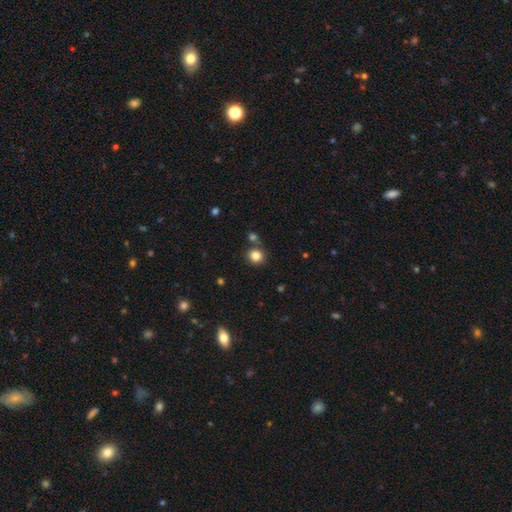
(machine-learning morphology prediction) Smooth or featured? smooth (84%)
How rounded? round (88%)
Merging? none (81%)